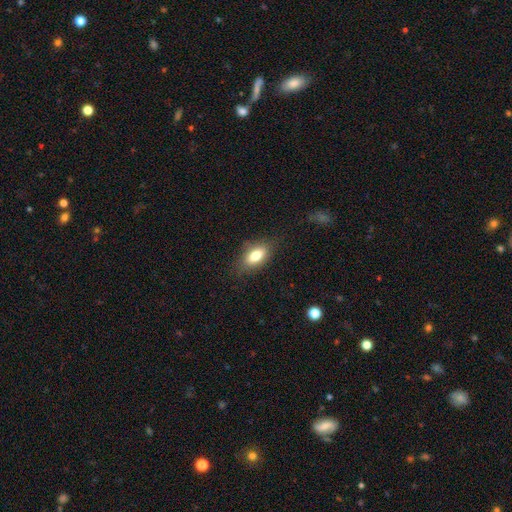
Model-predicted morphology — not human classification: Q: Smooth or featured?
A: smooth (78%); runner-up: featured or disk (14%)
Q: How rounded?
A: in between (86%); runner-up: cigar-shaped (8%)
Q: Merging?
A: none (77%); runner-up: minor disturbance (17%)